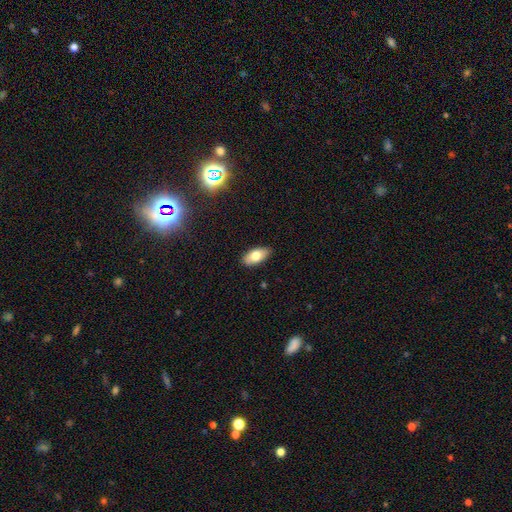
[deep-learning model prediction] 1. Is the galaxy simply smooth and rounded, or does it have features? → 75% smooth, 18% featured or disk, 7% star or artifact.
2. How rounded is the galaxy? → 92% in between, 6% cigar-shaped, 3% round.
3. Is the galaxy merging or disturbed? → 87% none, 10% minor disturbance, 2% major disturbance, 1% merger.